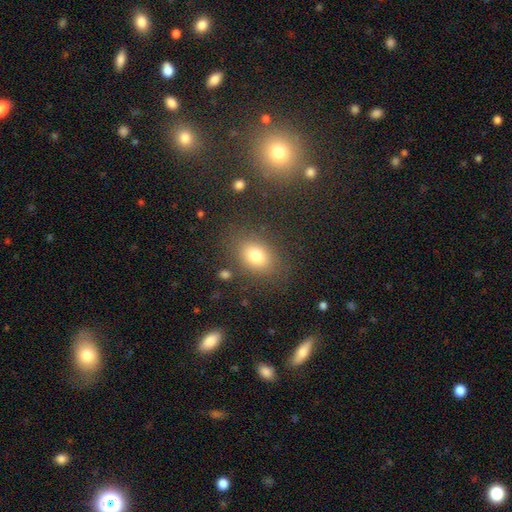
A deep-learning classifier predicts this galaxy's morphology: Smooth or featured: smooth — 78% (star or artifact — 11%)
How rounded: in between — 67% (round — 31%)
Merging: none — 80% (minor disturbance — 12%)